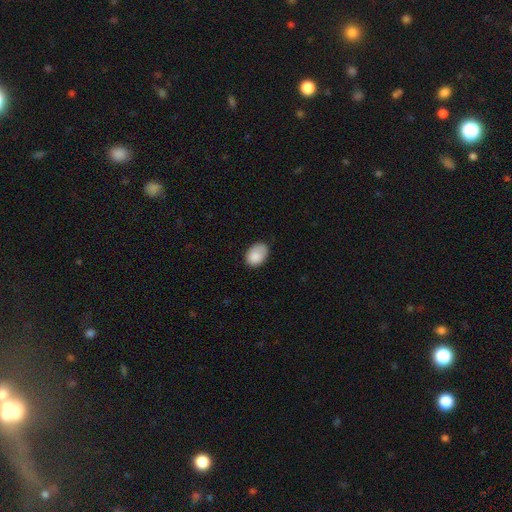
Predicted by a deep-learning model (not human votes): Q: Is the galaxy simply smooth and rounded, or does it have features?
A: smooth — 86%.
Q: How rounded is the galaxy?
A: in between — 81%.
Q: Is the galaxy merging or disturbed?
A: none — 68%.